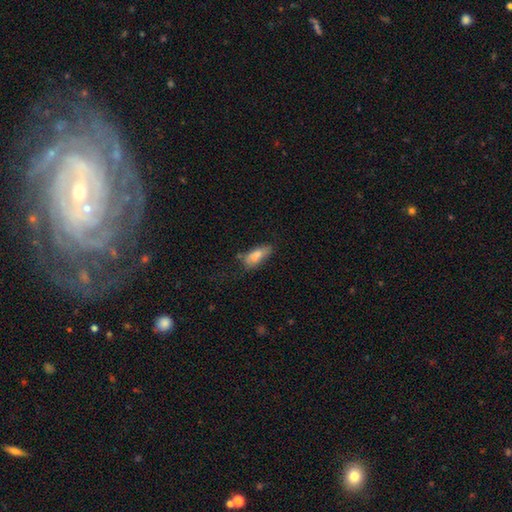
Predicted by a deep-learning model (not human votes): smooth_or_featured: smooth (p=0.77) [alt: featured or disk p=0.15]
how_rounded: in between (p=0.79) [alt: cigar-shaped p=0.18]
merging: none (p=0.48) [alt: minor disturbance p=0.31]